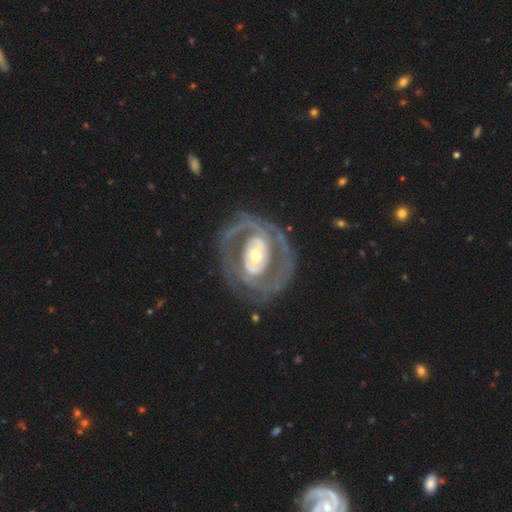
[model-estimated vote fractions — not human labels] smooth_or_featured: featured or disk (p=0.85) [alt: smooth p=0.10]
disk_edge_on: no (p=0.96) [alt: yes p=0.04]
bar: no (p=0.46) [alt: weak p=0.30]
has_spiral_arms: yes (p=0.83) [alt: no p=0.17]
spiral_winding: tight (p=0.53) [alt: medium p=0.35]
spiral_arm_count: 2 (p=0.60) [alt: can't tell p=0.17]
bulge_size: moderate (p=0.59) [alt: small p=0.26]
merging: none (p=0.71) [alt: minor disturbance p=0.15]